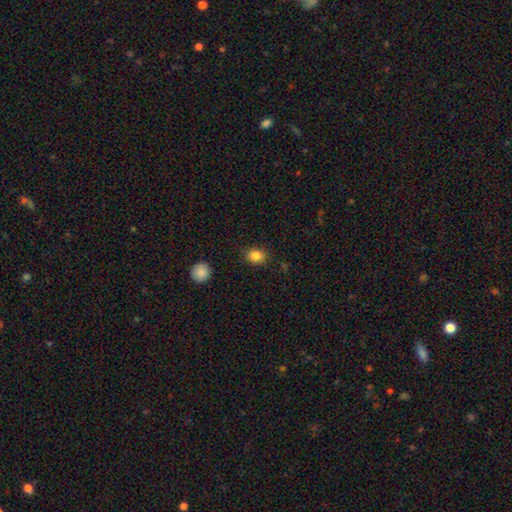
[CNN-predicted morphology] Q: Smooth or featured?
A: smooth (85%); runner-up: star or artifact (11%)
Q: How rounded?
A: round (62%); runner-up: in between (37%)
Q: Merging?
A: none (85%); runner-up: minor disturbance (10%)